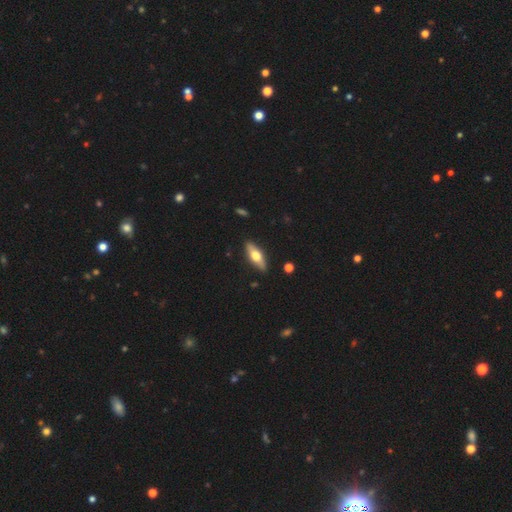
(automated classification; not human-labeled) Smooth or featured? Predicted: featured or disk (p=0.49). Merging? Predicted: none (p=0.88).